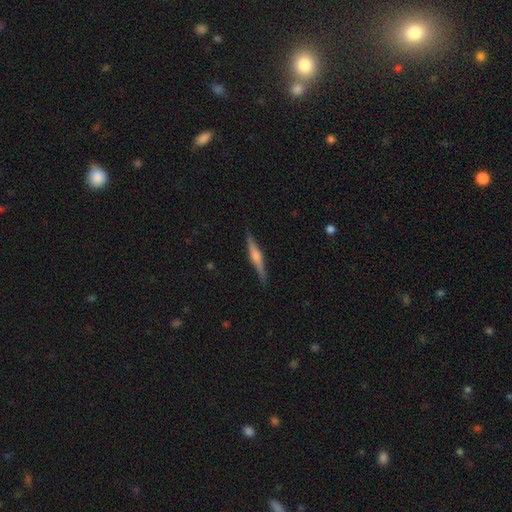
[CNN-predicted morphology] Smooth or featured? featured or disk (72%)
Edge-on disk? yes (98%)
Edge-on bulge? rounded (78%)
Merging? none (90%)